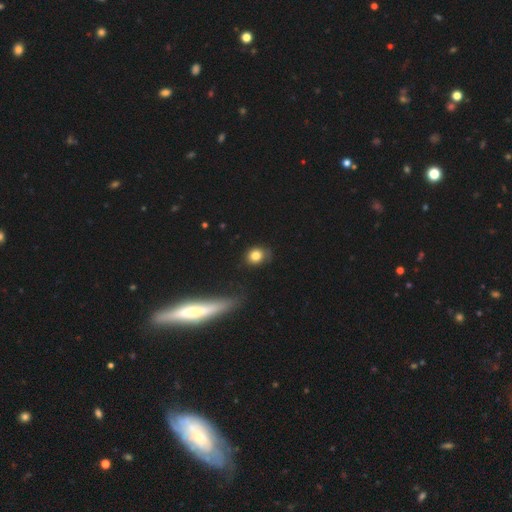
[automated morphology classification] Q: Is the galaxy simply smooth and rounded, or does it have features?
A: smooth — 80%.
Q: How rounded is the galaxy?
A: round — 71%.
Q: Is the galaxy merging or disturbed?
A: none — 73%.